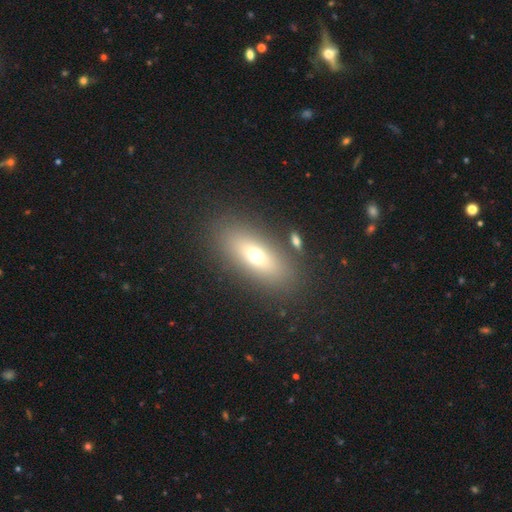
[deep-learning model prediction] This appears to be a smooth galaxy with no disk features (63%) that is in between round and cigar-shaped (68%). Merging: none (83%).